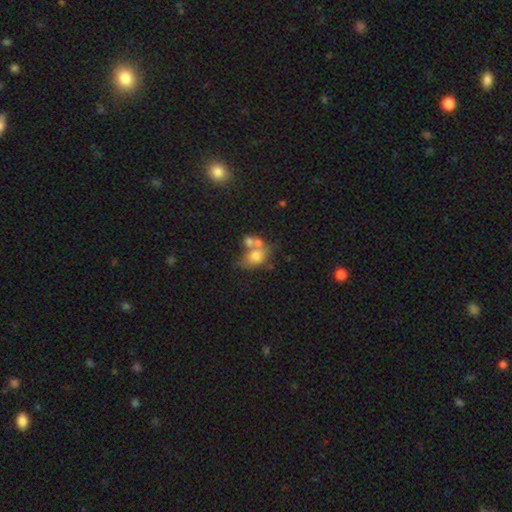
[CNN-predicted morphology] Smooth or featured? smooth (65%)
How rounded? in between (66%)
Merging? merger (48%)